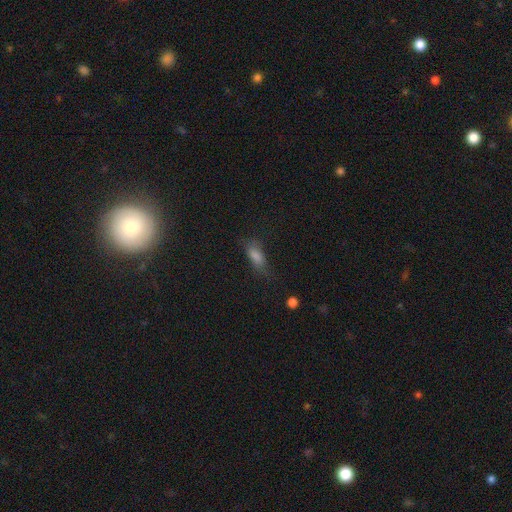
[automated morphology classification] Smooth or featured?
  - smooth: 72% *
  - star or artifact: 15%
  - featured or disk: 13%
How rounded?
  - in between: 66% *
  - cigar-shaped: 30%
  - round: 4%
Merging?
  - none: 59% *
  - minor disturbance: 25%
  - major disturbance: 14%
  - merger: 3%